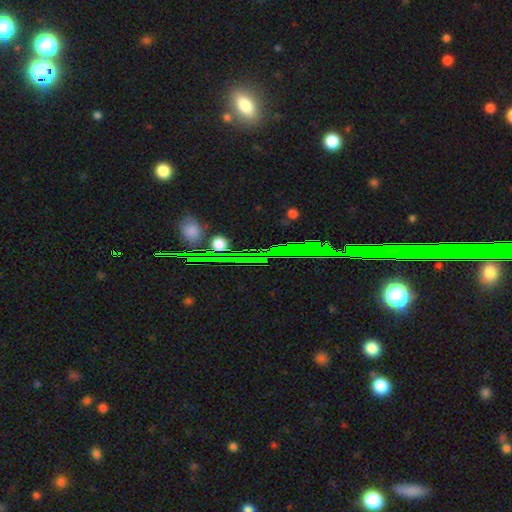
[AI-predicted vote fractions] A star or artifact, not a galaxy (71%).

Vote fractions:
- Smooth or featured? star or artifact: 71% / smooth: 15% / featured or disk: 14%